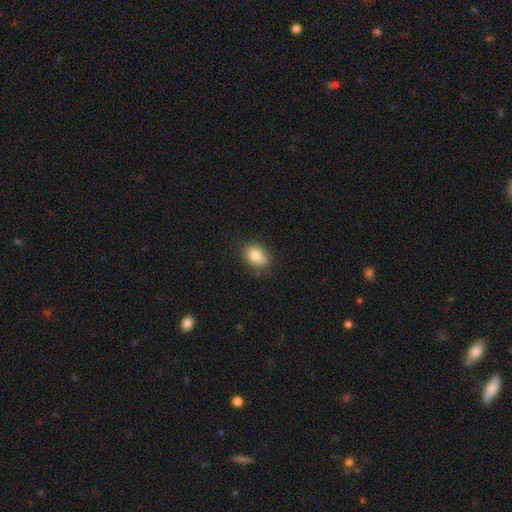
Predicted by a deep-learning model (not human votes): Smooth or featured? Predicted: smooth (p=0.83). How rounded? Predicted: in between (p=0.72). Merging? Predicted: none (p=0.77).